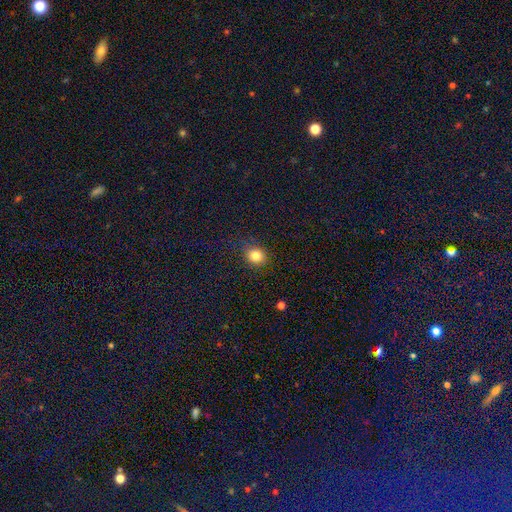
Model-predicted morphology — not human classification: A smooth galaxy with no disk features (83%) that is round (77%).

Vote fractions:
- Smooth or featured? smooth: 83% / star or artifact: 12% / featured or disk: 5%
- How rounded? round: 77% / in between: 22% / cigar-shaped: 1%
- Merging? none: 84% / minor disturbance: 12% / major disturbance: 3% / merger: 1%